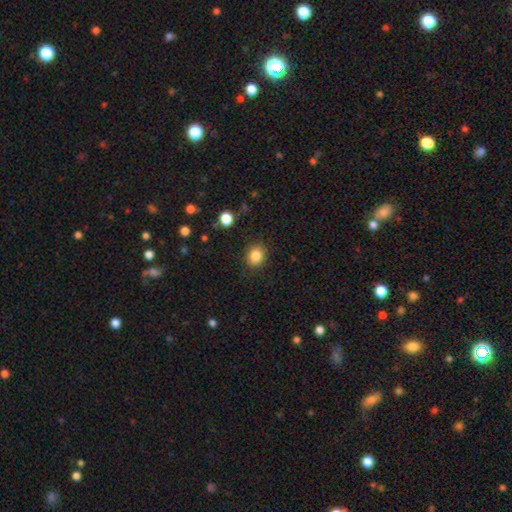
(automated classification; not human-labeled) Smooth or featured?
  - smooth: 85% *
  - star or artifact: 10%
  - featured or disk: 5%
How rounded?
  - round: 64% *
  - in between: 35%
  - cigar-shaped: 1%
Merging?
  - none: 87% *
  - minor disturbance: 9%
  - major disturbance: 3%
  - merger: 1%